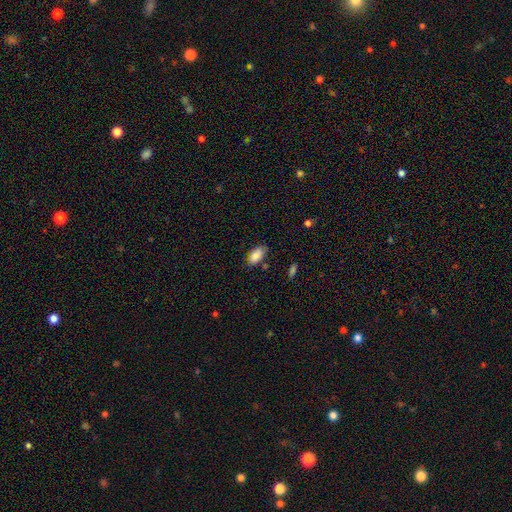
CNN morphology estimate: Q: Smooth or featured?
A: smooth (85%); runner-up: featured or disk (8%)
Q: How rounded?
A: in between (94%); runner-up: round (3%)
Q: Merging?
A: none (73%); runner-up: minor disturbance (20%)